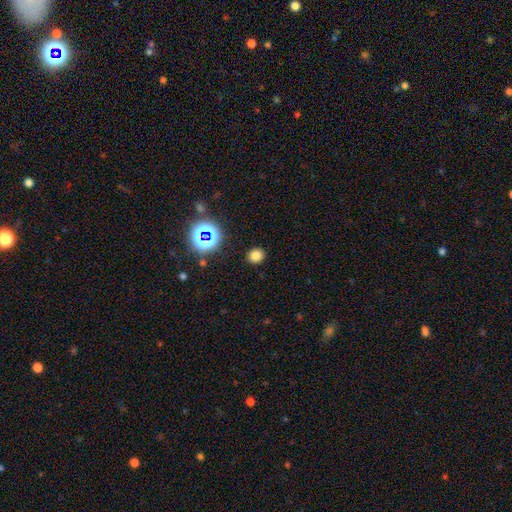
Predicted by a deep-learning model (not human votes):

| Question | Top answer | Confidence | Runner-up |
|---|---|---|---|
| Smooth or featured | smooth | 76% | star or artifact (18%) |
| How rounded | round | 64% | in between (35%) |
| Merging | none | 89% | minor disturbance (7%) |